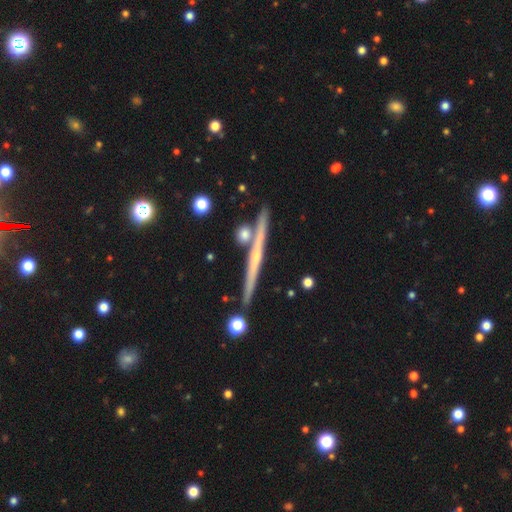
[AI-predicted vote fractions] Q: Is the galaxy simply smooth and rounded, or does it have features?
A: featured or disk — 77%.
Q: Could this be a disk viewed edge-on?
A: yes — 97%.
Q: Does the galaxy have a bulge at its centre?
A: rounded — 49%.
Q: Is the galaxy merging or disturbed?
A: none — 83%.